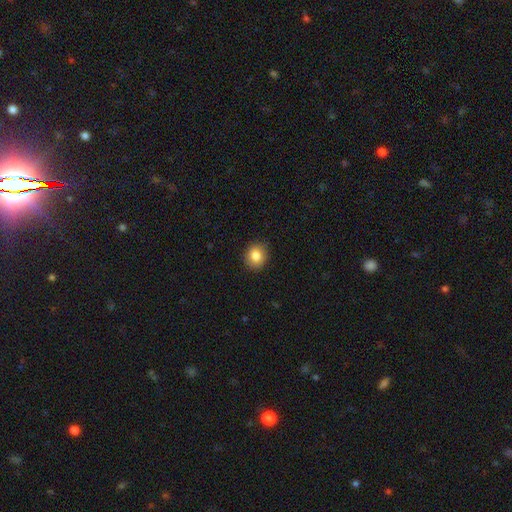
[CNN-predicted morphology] Smooth or featured? smooth (85%)
How rounded? round (70%)
Merging? none (88%)